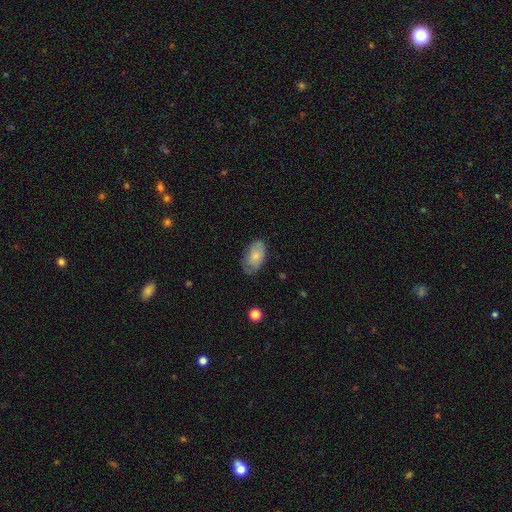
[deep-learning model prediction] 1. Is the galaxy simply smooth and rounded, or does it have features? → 74% smooth, 20% featured or disk, 6% star or artifact.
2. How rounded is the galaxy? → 93% in between, 5% round, 2% cigar-shaped.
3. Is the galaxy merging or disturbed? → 70% none, 24% minor disturbance, 5% major disturbance, 1% merger.